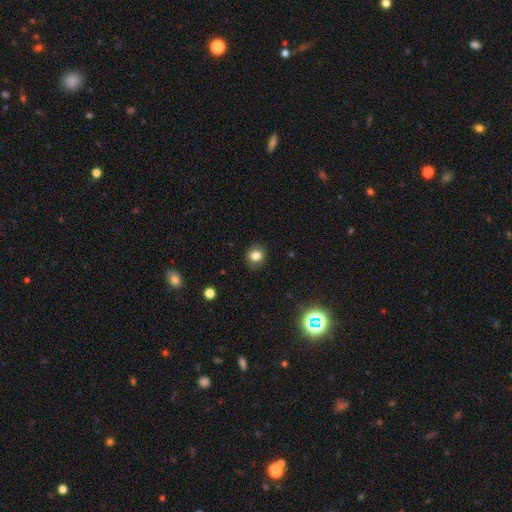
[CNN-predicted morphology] Overall: smooth (81%). How rounded: round (80%). Merging: none (88%).